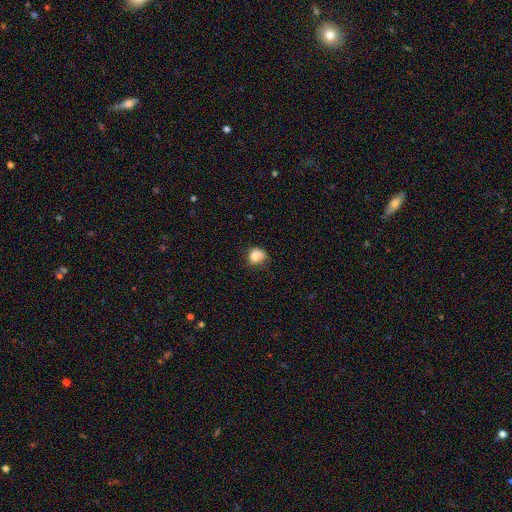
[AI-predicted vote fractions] A smooth galaxy with no disk features (84%) that is round (63%).

Vote fractions:
- Smooth or featured? smooth: 84% / star or artifact: 10% / featured or disk: 7%
- How rounded? round: 63% / in between: 36% / cigar-shaped: 1%
- Merging? none: 52% / minor disturbance: 35% / major disturbance: 11% / merger: 3%